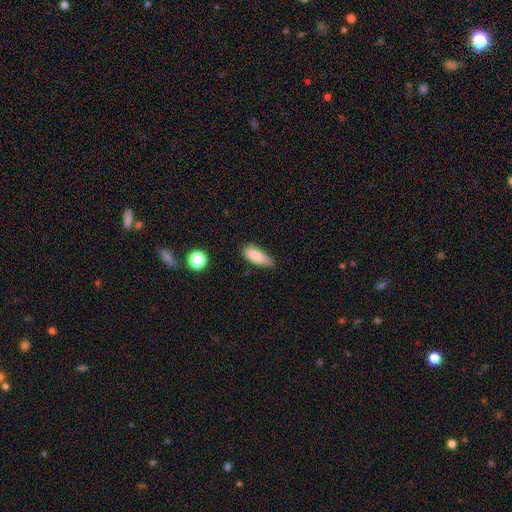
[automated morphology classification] A smooth galaxy with no disk features (83%) that is in between round and cigar-shaped (73%).

Vote fractions:
- Smooth or featured? smooth: 83% / featured or disk: 9% / star or artifact: 8%
- How rounded? in between: 73% / cigar-shaped: 24% / round: 3%
- Merging? none: 47% / minor disturbance: 41% / major disturbance: 8% / merger: 3%